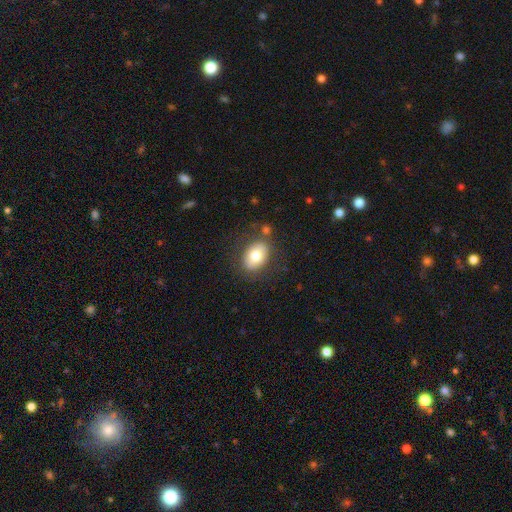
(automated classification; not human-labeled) smooth_or_featured: smooth (p=0.75) [alt: featured or disk p=0.18]
how_rounded: in between (p=0.79) [alt: round p=0.20]
merging: none (p=0.77) [alt: minor disturbance p=0.13]